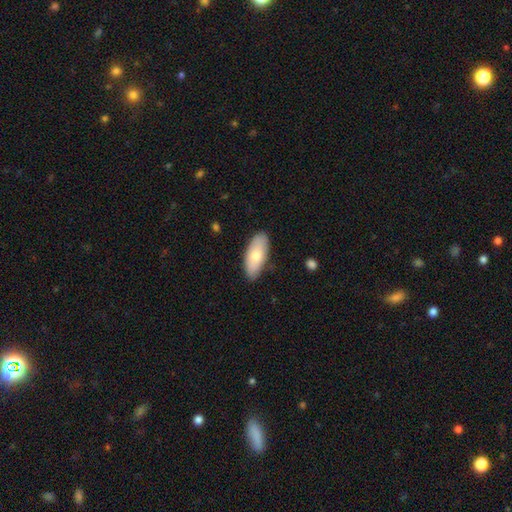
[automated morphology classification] A smooth galaxy with no disk features (75%) that is in between round and cigar-shaped (87%).

Vote fractions:
- Smooth or featured? smooth: 75% / featured or disk: 19% / star or artifact: 5%
- How rounded? in between: 87% / cigar-shaped: 11% / round: 2%
- Merging? none: 82% / minor disturbance: 14% / major disturbance: 2% / merger: 1%